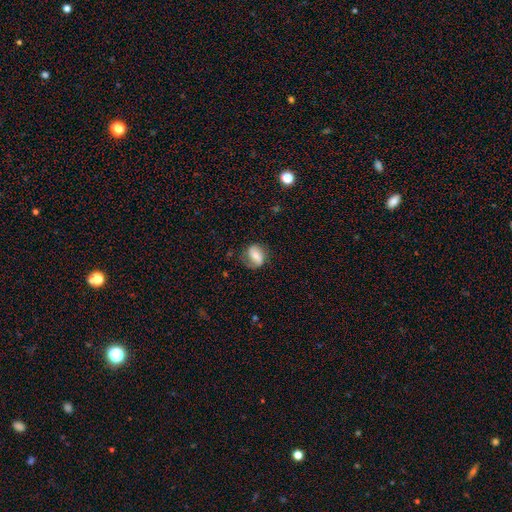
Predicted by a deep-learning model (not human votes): A smooth galaxy with no disk features (51%) that is in between round and cigar-shaped (61%). Merging: none (60%).